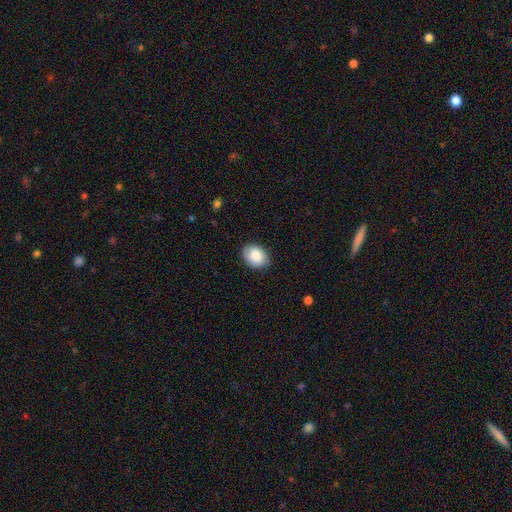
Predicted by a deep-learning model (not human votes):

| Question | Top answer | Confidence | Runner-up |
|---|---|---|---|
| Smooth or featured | smooth | 86% | featured or disk (8%) |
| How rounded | in between | 74% | round (25%) |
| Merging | none | 85% | minor disturbance (12%) |